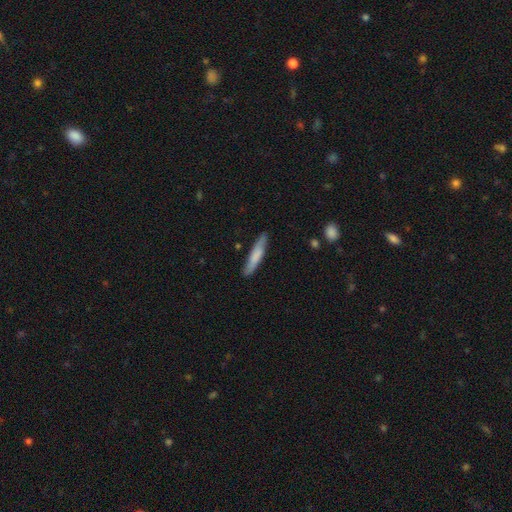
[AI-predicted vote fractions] Smooth or featured?
  - smooth: 69% *
  - featured or disk: 26%
  - star or artifact: 5%
How rounded?
  - cigar-shaped: 90% *
  - in between: 8%
  - round: 1%
Merging?
  - none: 85% *
  - minor disturbance: 12%
  - major disturbance: 2%
  - merger: 1%